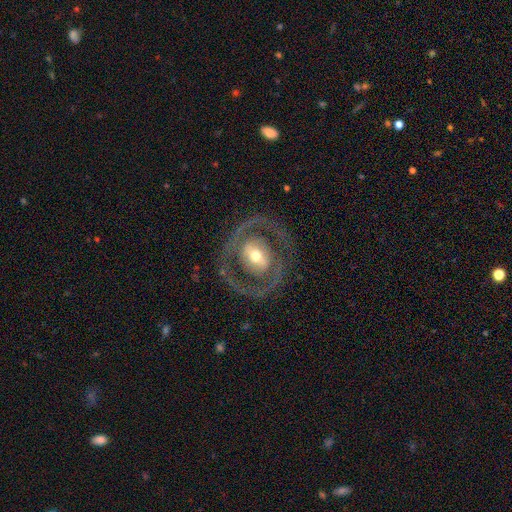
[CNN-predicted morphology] The model was most divided on "bar": no: 38%, weak: 33%, strong: 29%. More confident: edge-on disk — no (95%); smooth or featured — featured or disk (77%); merging — none (76%); bulge size — moderate (63%); spiral arms — yes (54%).